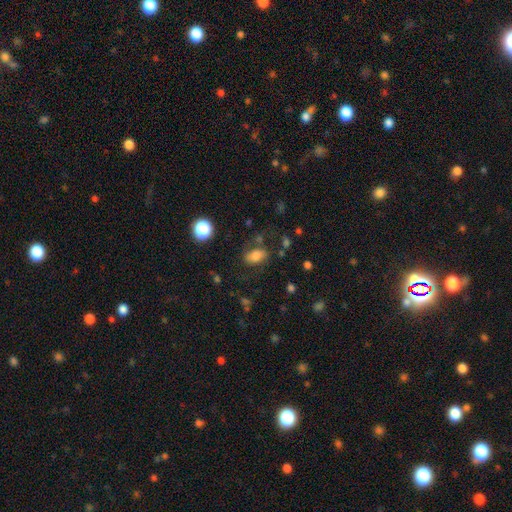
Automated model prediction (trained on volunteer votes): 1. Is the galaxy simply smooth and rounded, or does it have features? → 74% smooth, 14% featured or disk, 13% star or artifact.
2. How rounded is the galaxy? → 83% in between, 15% round, 2% cigar-shaped.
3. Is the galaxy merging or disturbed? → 67% none, 19% minor disturbance, 9% major disturbance, 5% merger.